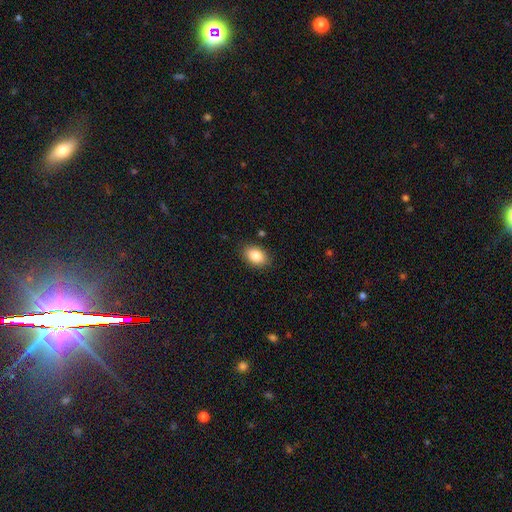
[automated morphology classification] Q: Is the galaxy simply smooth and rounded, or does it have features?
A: smooth — 86%.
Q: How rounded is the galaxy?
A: in between — 85%.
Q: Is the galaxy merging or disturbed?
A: none — 87%.